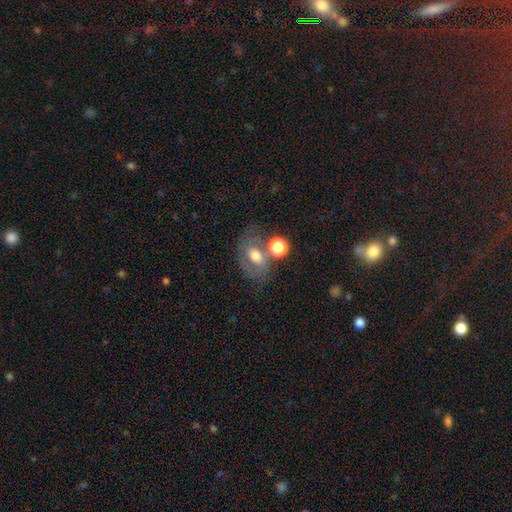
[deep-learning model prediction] smooth_or_featured: smooth (p=0.48) [alt: featured or disk p=0.39]
merging: none (p=0.46) [alt: merger p=0.23]